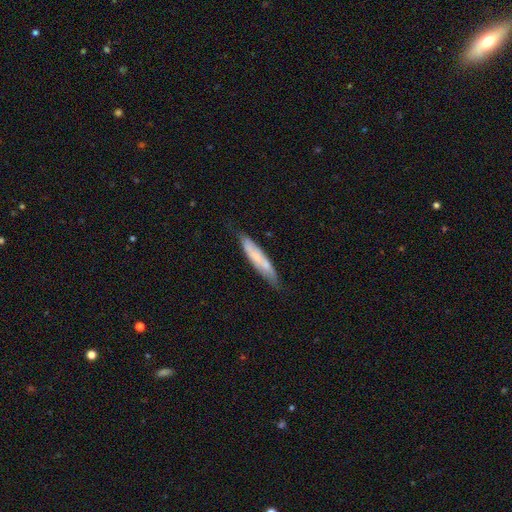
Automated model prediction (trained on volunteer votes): Smooth or featured: smooth — 57% (featured or disk — 37%)
How rounded: cigar-shaped — 83% (in between — 16%)
Merging: none — 70% (minor disturbance — 22%)